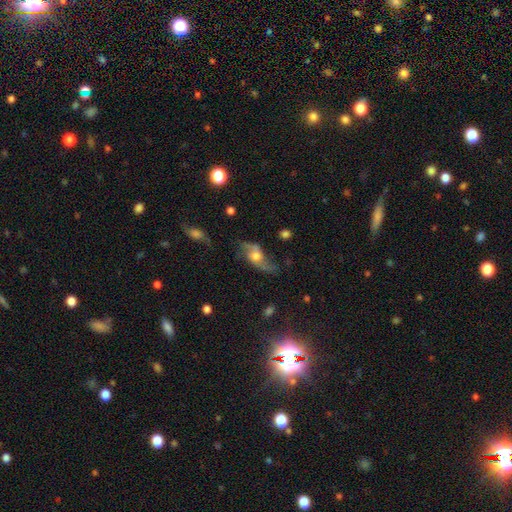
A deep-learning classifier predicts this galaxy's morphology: Smooth or featured: featured or disk — 71% (smooth — 21%)
Edge-on disk: no — 86% (yes — 14%)
Bar: no — 68% (weak — 26%)
Spiral arms: yes — 87% (no — 13%)
Spiral winding: loose — 79% (medium — 17%)
Spiral arm count: 2 — 89% (can't tell — 5%)
Bulge size: moderate — 59% (large — 19%)
Merging: none — 56% (minor disturbance — 24%)